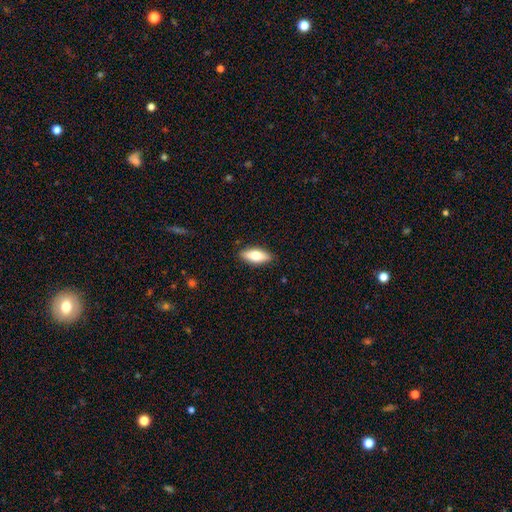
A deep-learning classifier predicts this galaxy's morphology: A smooth galaxy with no disk features (72%) that is in between round and cigar-shaped (74%).

Vote fractions:
- Smooth or featured? smooth: 72% / featured or disk: 21% / star or artifact: 6%
- How rounded? in between: 74% / cigar-shaped: 24% / round: 2%
- Merging? none: 88% / minor disturbance: 9% / major disturbance: 2% / merger: 1%